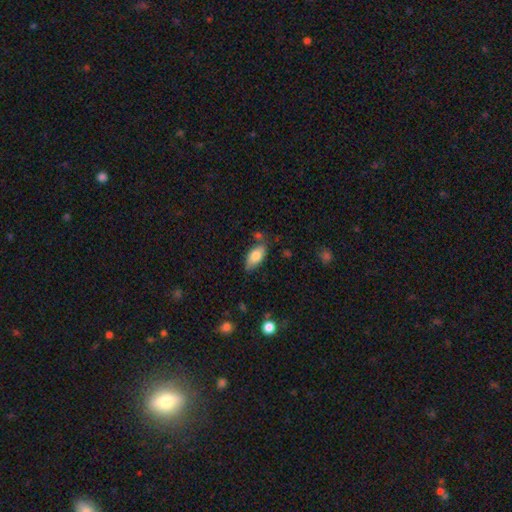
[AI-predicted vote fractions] smooth 78%, featured or disk 15%, star or artifact 7%. Down the decision tree: how rounded — in between (90%); merging — none (70%).